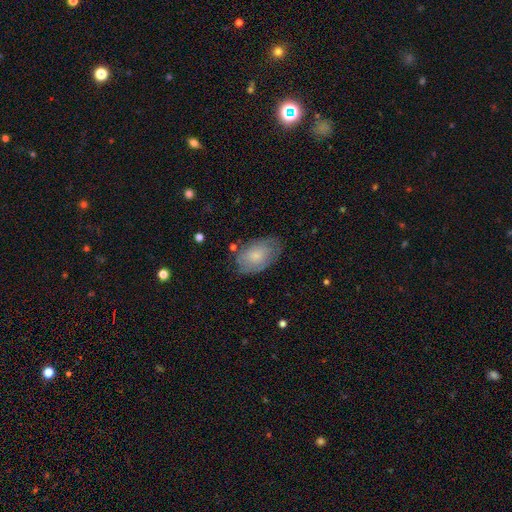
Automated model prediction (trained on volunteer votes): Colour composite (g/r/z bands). It shows a smooth galaxy with no disk features (62%) that is in between round and cigar-shaped (91%). Merging: none (69%).